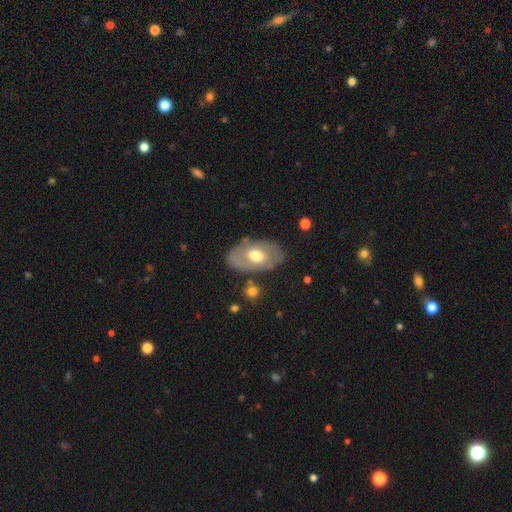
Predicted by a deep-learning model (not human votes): Smooth or featured? featured or disk (48%)
Merging? none (75%)